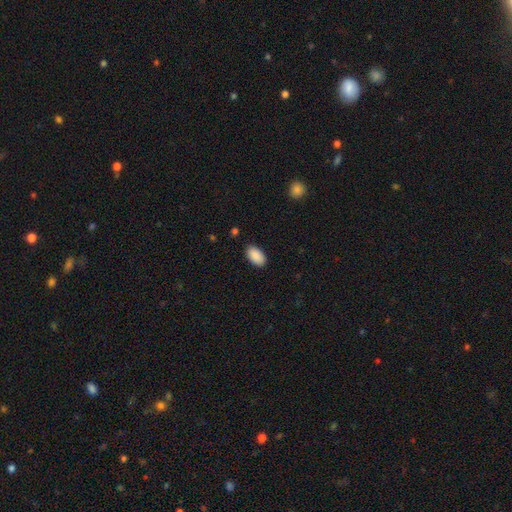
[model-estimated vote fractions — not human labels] Overall: smooth (90%). How rounded: in between (95%). Merging: none (89%).